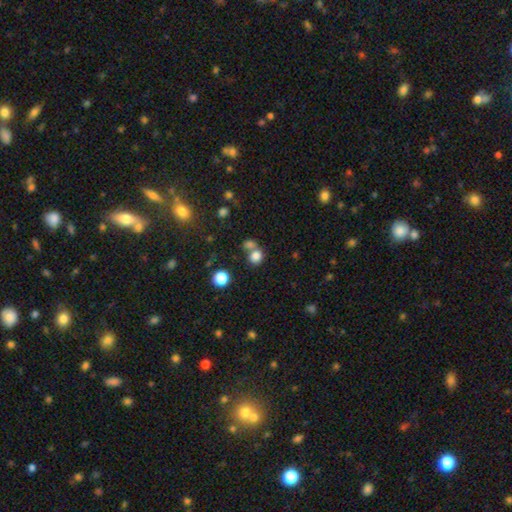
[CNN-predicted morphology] A smooth galaxy with no disk features (80%) that is round (73%). Merging: none (46%).